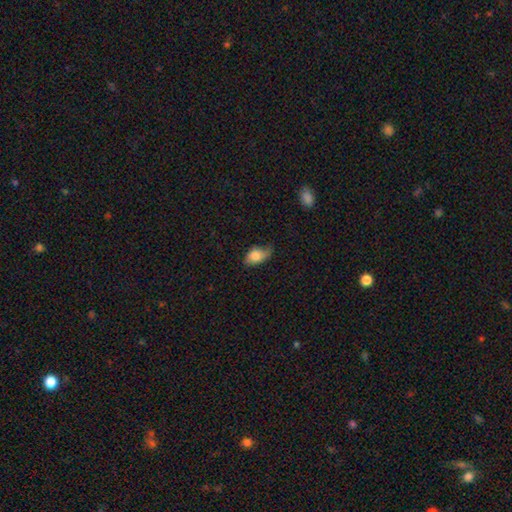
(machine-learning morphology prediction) This is likely a smooth galaxy (77%). How rounded: clearly in between (88%). Merging: marginally none (45%).